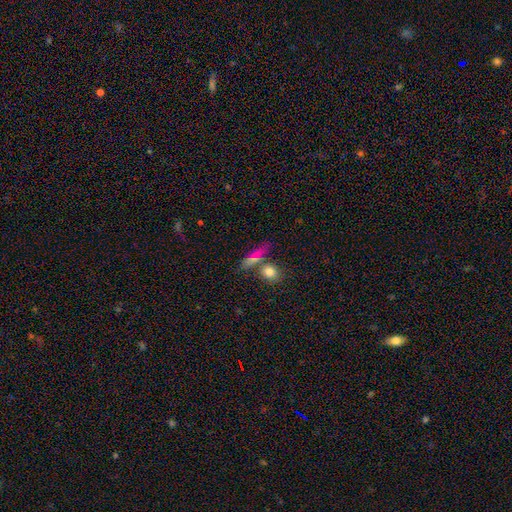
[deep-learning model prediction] This is likely a smooth galaxy (68%). How rounded: possibly cigar-shaped (54%). Merging: likely none (61%).